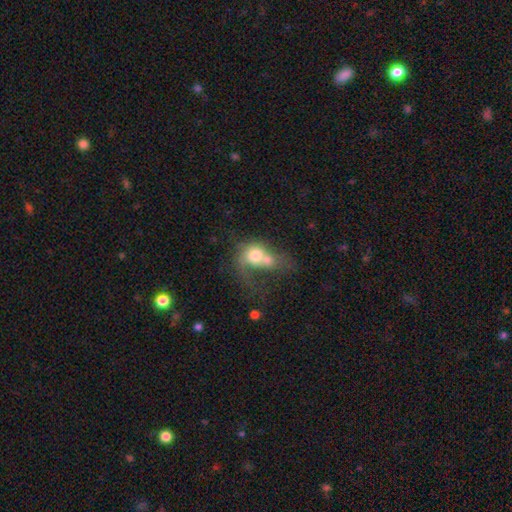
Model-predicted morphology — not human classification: smooth 60%, featured or disk 30%, star or artifact 9%. Down the decision tree: how rounded — round (62%); merging — merger (65%).